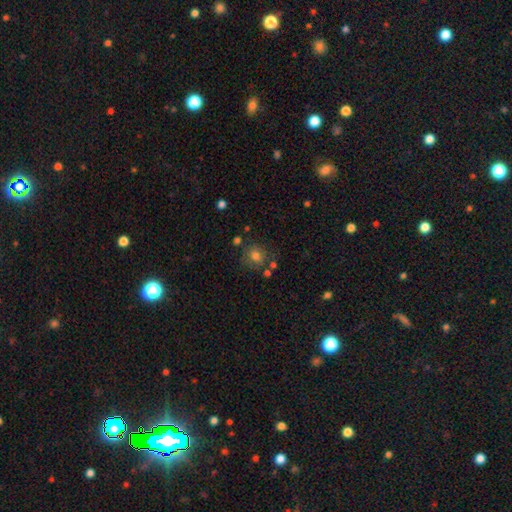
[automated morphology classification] This appears to be a smooth galaxy with no disk features (74%) that is round (77%). Merging: none (68%).